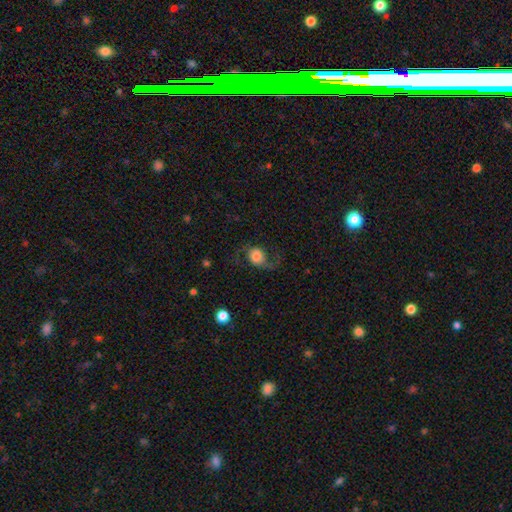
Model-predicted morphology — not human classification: smooth-or-featured: featured or disk: 54% | smooth: 37% | star or artifact: 9%
  disk-edge-on: no: 96% | yes: 4%
    bar: no: 67% | weak: 26% | strong: 6%
    has-spiral-arms: yes: 90% | no: 10%
    bulge-size: large: 35% | moderate: 31% | dominant: 16% | small: 13% | none: 5%
  merging: none: 61% | major disturbance: 20% | minor disturbance: 17% | merger: 2%